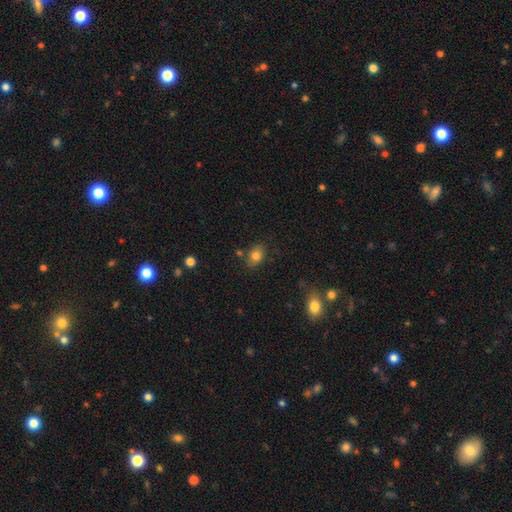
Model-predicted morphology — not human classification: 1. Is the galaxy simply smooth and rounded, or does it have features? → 79% smooth, 10% star or artifact, 10% featured or disk.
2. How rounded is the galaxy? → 74% in between, 25% round, 1% cigar-shaped.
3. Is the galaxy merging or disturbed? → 77% none, 14% minor disturbance, 5% merger, 3% major disturbance.